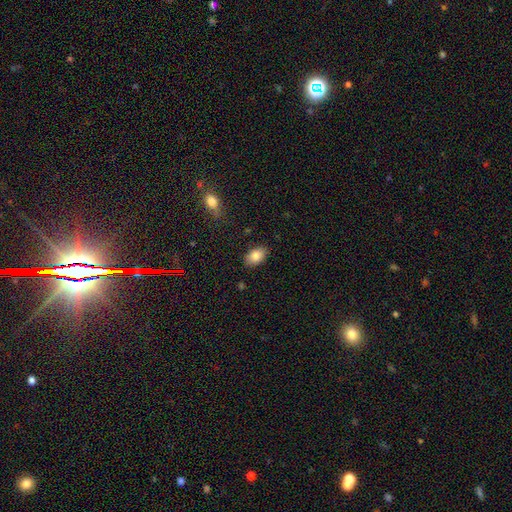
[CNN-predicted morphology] Smooth or featured?
  - smooth: 84% *
  - featured or disk: 9%
  - star or artifact: 8%
How rounded?
  - in between: 91% *
  - round: 7%
  - cigar-shaped: 2%
Merging?
  - none: 86% *
  - minor disturbance: 10%
  - major disturbance: 2%
  - merger: 1%